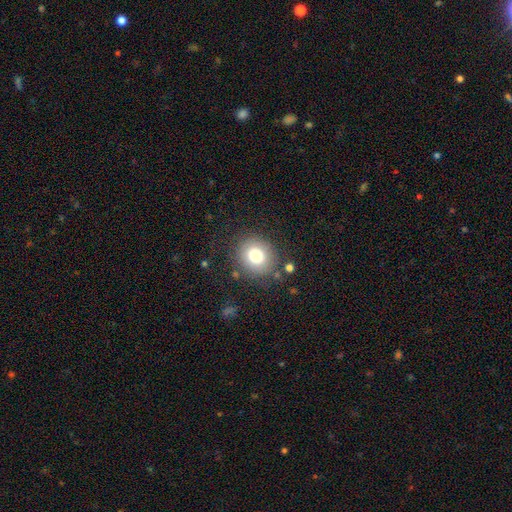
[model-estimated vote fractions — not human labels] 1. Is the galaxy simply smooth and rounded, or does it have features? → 78% smooth, 11% featured or disk, 11% star or artifact.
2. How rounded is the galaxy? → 82% round, 17% in between, 1% cigar-shaped.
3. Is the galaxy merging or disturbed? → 82% none, 11% minor disturbance, 5% major disturbance, 3% merger.